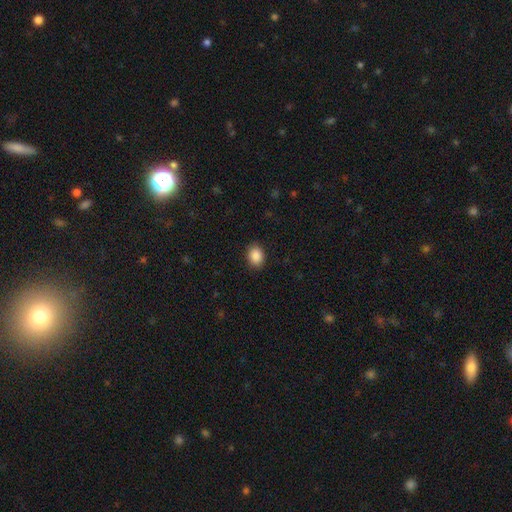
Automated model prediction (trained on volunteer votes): This appears to be a smooth galaxy with no disk features (88%) that is in between round and cigar-shaped (60%). Merging: none (89%).